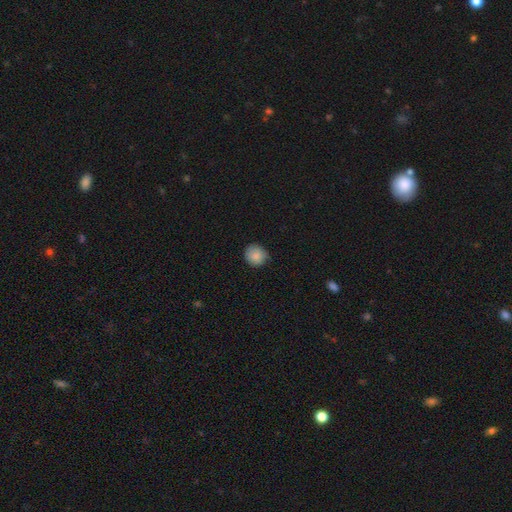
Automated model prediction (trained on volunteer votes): Smooth or featured? smooth (85%)
How rounded? round (86%)
Merging? none (76%)